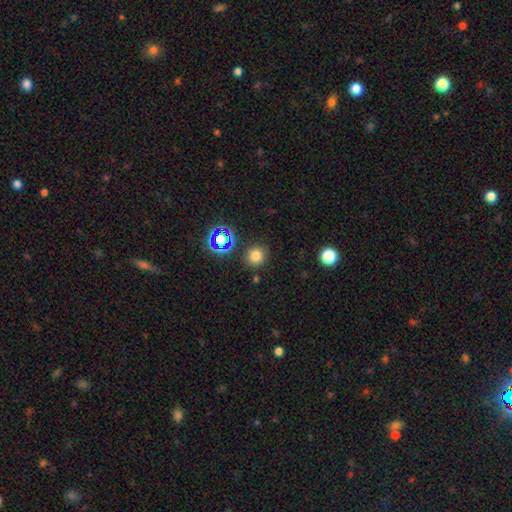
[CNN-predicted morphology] The model was most divided on "smooth or featured": smooth: 73%, star or artifact: 21%, featured or disk: 6%. More confident: how rounded — round (88%); merging — none (86%).